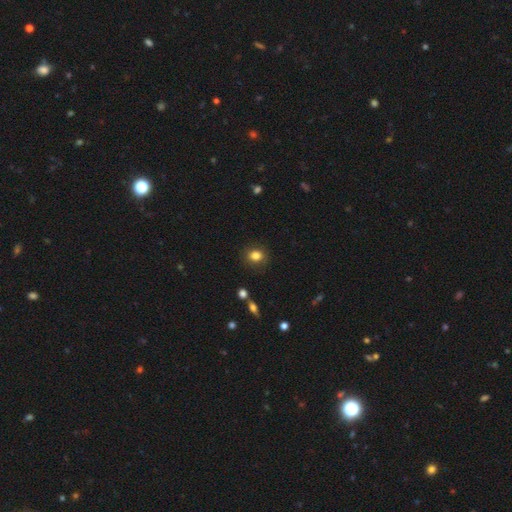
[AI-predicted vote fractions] Smooth or featured: smooth — 83% (star or artifact — 10%)
How rounded: round — 62% (in between — 37%)
Merging: none — 85% (minor disturbance — 10%)